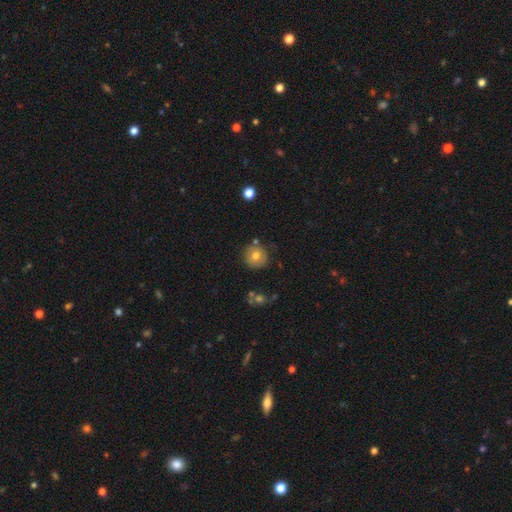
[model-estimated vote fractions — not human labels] Smooth or featured? Predicted: smooth (p=0.73). How rounded? Predicted: round (p=0.92). Merging? Predicted: none (p=0.78).